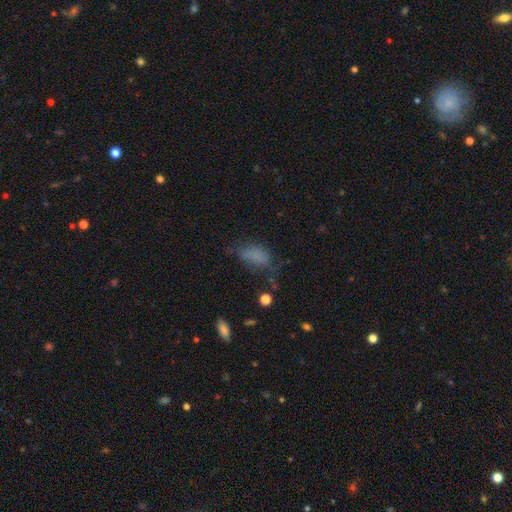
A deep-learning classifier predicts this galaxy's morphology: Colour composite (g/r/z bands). It shows a smooth galaxy with no disk features (71%) that is in between round and cigar-shaped (84%). Merging: none (41%).